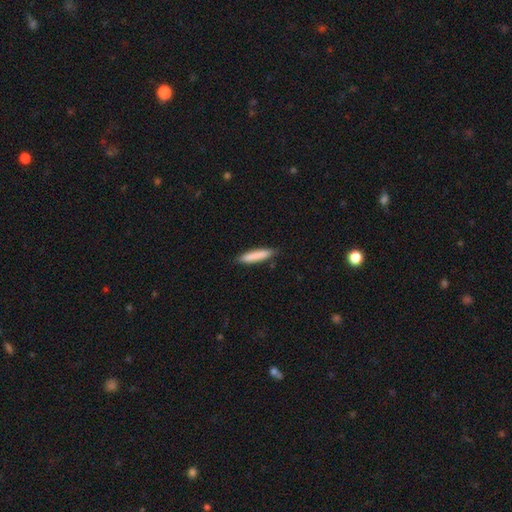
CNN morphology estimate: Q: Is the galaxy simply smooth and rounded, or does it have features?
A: smooth — 84%.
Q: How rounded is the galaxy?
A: cigar-shaped — 85%.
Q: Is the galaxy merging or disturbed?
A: none — 86%.